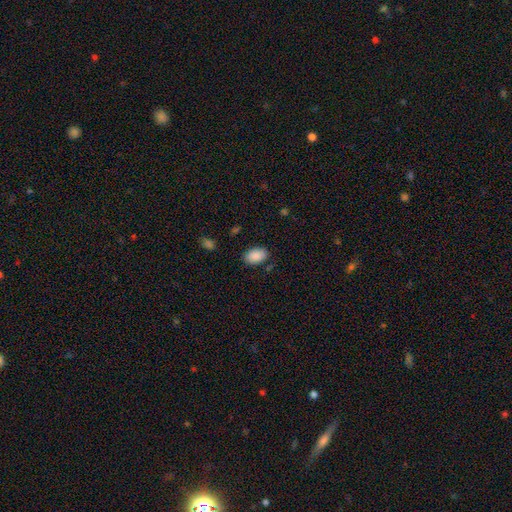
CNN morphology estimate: Smooth or featured? Predicted: smooth (p=0.89). How rounded? Predicted: in between (p=0.87). Merging? Predicted: none (p=0.82).